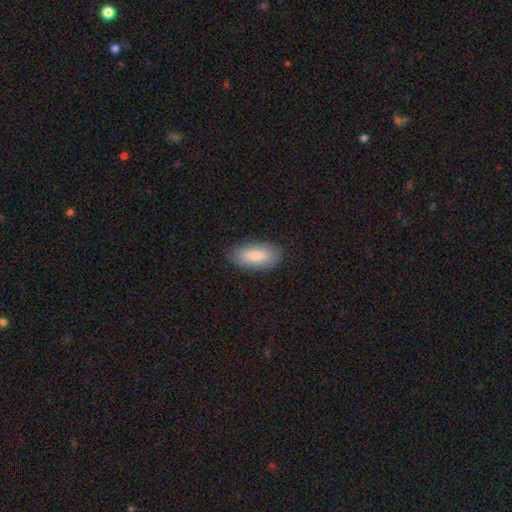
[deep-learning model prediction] Smooth or featured? smooth (80%)
How rounded? in between (91%)
Merging? none (85%)